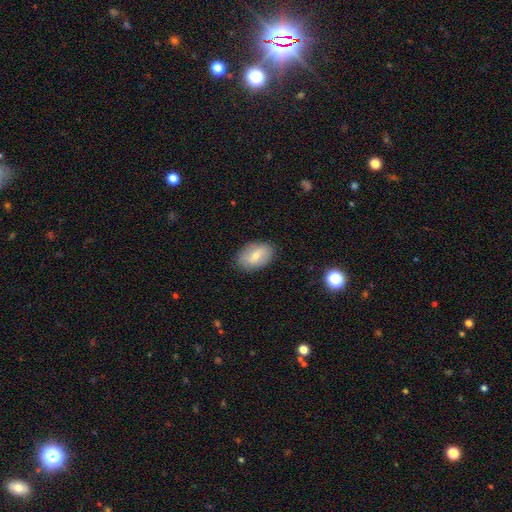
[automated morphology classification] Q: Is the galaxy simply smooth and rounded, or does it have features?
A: smooth — 69%.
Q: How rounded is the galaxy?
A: in between — 90%.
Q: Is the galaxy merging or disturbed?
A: none — 85%.